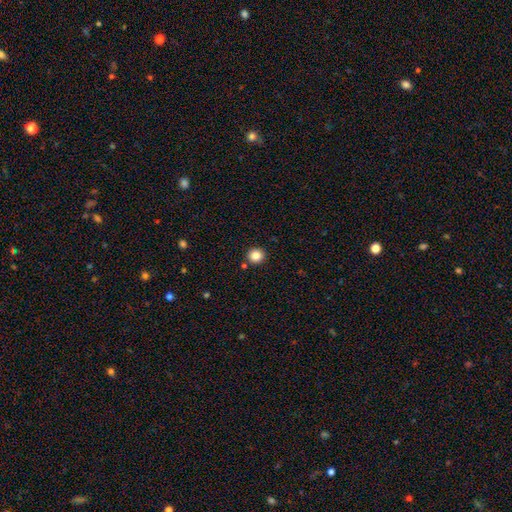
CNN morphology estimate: The model was most divided on "smooth or featured": smooth: 85%, star or artifact: 11%, featured or disk: 4%. More confident: how rounded — round (89%); merging — none (89%).